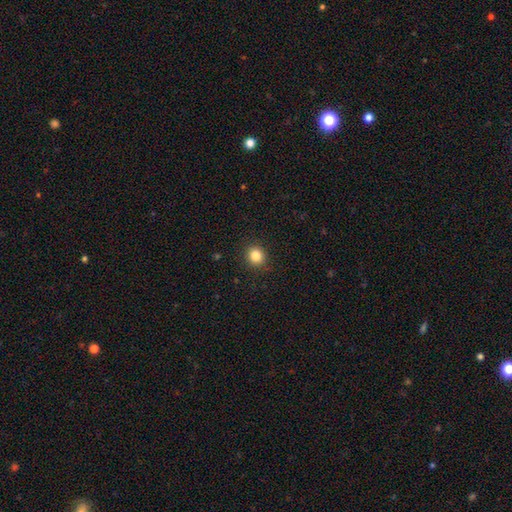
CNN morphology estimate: The model was most divided on "smooth or featured": smooth: 84%, star or artifact: 11%, featured or disk: 5%. More confident: merging — none (90%); how rounded — round (87%).